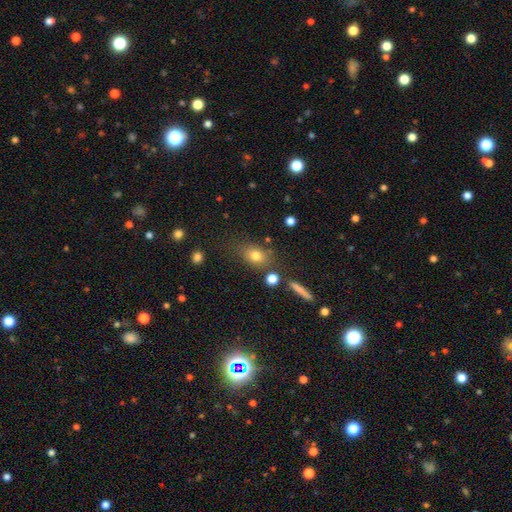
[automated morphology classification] type=smooth (77%); roundness=in between (60%); merging=none (70%).